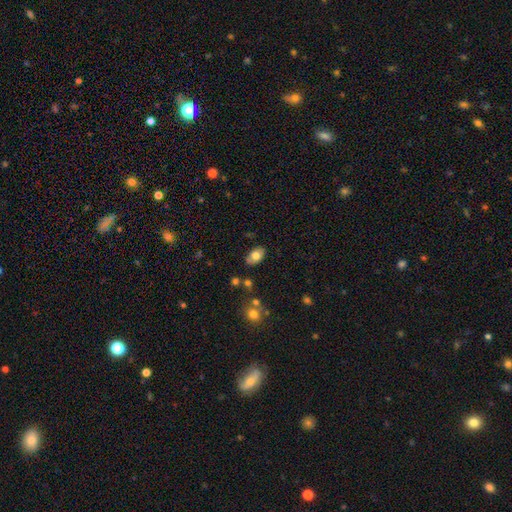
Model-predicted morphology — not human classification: Q: Smooth or featured?
A: smooth (75%); runner-up: featured or disk (18%)
Q: How rounded?
A: in between (92%); runner-up: round (7%)
Q: Merging?
A: none (81%); runner-up: minor disturbance (13%)